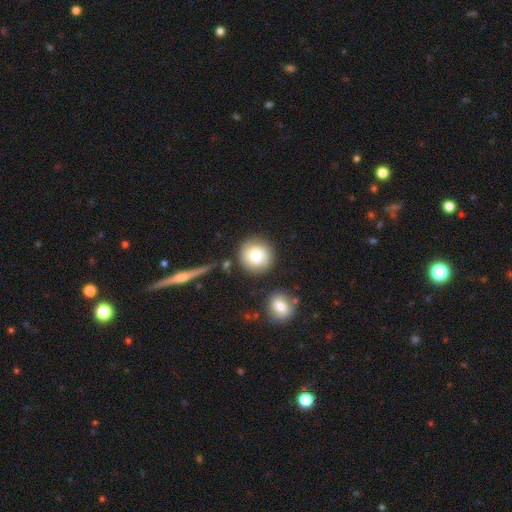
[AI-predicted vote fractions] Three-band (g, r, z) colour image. It shows a smooth galaxy with no disk features (80%) that is round (92%). Merging: none (80%).